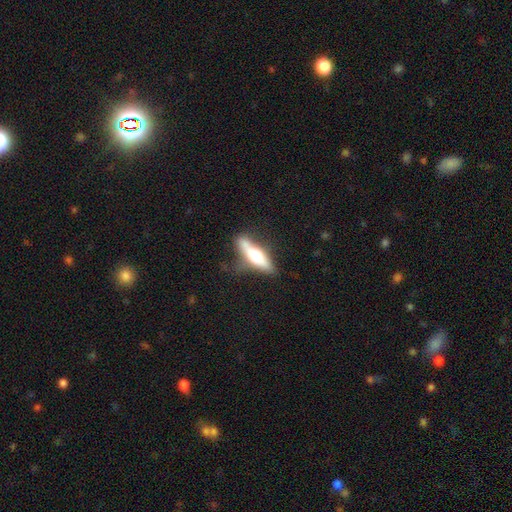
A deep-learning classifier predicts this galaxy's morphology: This appears to be a smooth galaxy with no disk features (48%). Merging: none (60%).